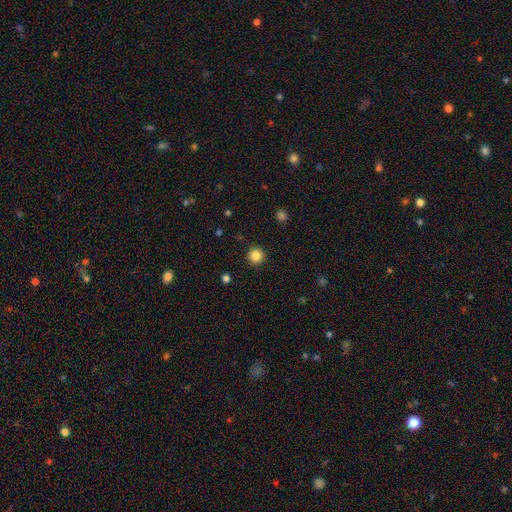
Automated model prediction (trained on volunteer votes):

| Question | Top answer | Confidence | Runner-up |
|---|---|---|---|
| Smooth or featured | smooth | 85% | star or artifact (11%) |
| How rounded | round | 96% | in between (3%) |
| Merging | none | 93% | minor disturbance (5%) |